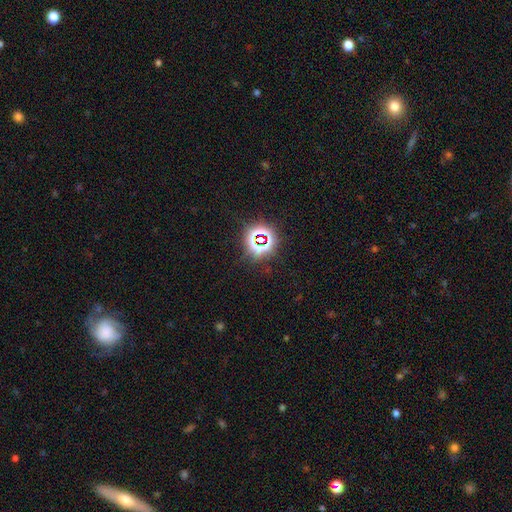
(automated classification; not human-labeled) A star or artifact, not a galaxy (78%).